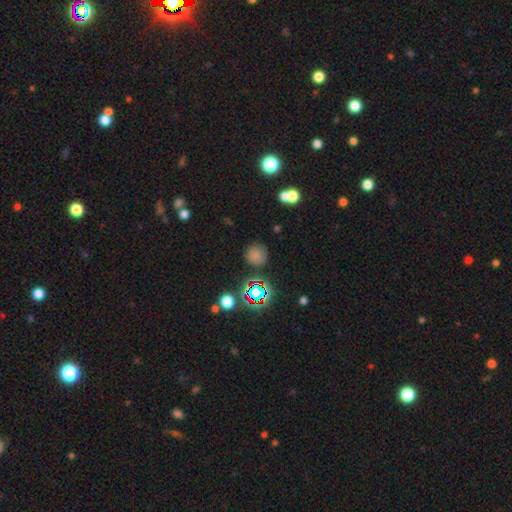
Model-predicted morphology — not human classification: Smooth or featured? smooth (70%)
How rounded? round (90%)
Merging? none (78%)